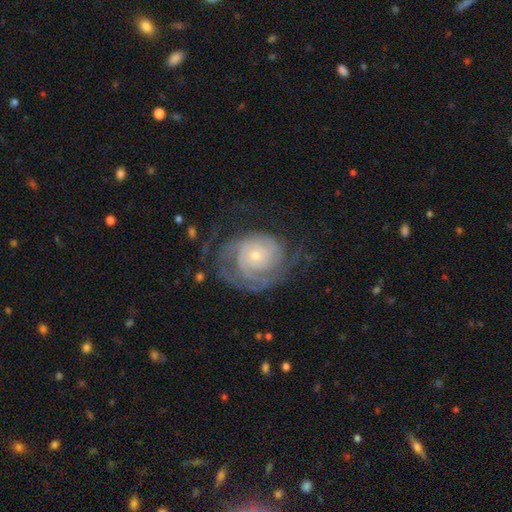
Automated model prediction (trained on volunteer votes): The model was most divided on "spiral arm count": can't tell: 34%, 2: 25%, 3: 19%, 4: 9%, 1: 7%, more than 4: 6%. More confident: edge-on disk — no (97%); spiral arms — yes (95%); smooth or featured — featured or disk (84%); bar — no (79%); bulge size — small (73%); spiral winding — tight (71%); merging — none (58%).